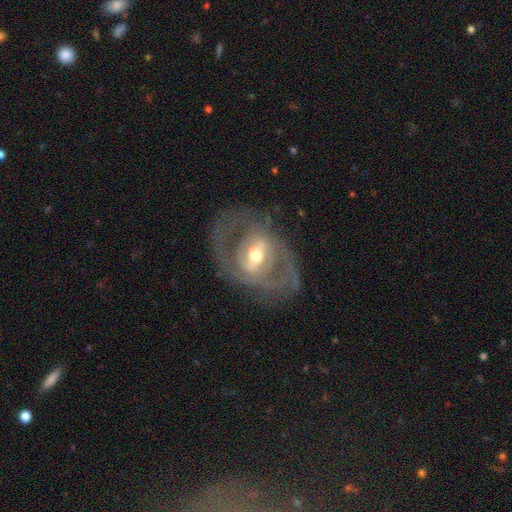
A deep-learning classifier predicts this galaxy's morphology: This is clearly a featured or disk galaxy (85%). It is clearly not viewed edge-on (94%). Bar: possibly strong (49%). Spiral arm pattern: clearly yes (80%). Spiral arm count: likely 2 (68%). Spiral winding: marginally medium (43%). Central bulge: likely moderate (68%). Merging: likely none (69%).